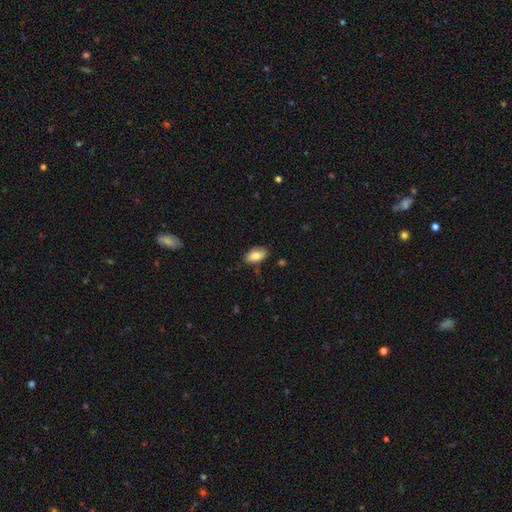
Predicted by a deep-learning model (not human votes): Overall: smooth (82%). How rounded: in between (92%). Merging: none (78%).